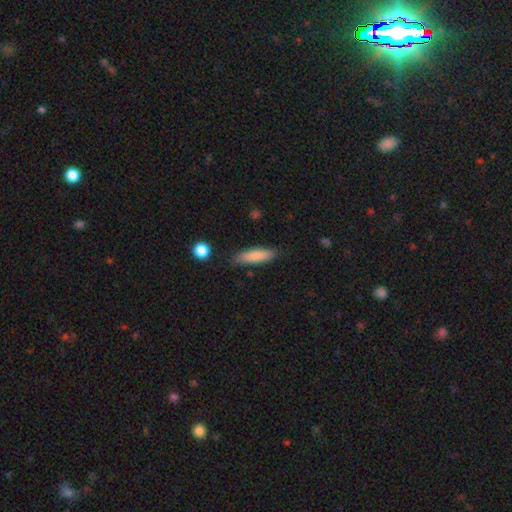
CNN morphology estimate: A smooth galaxy with no disk features (83%) that is cigar-shaped (61%).

Vote fractions:
- Smooth or featured? smooth: 83% / featured or disk: 10% / star or artifact: 7%
- How rounded? cigar-shaped: 61% / in between: 37% / round: 2%
- Merging? none: 82% / minor disturbance: 13% / major disturbance: 3% / merger: 2%